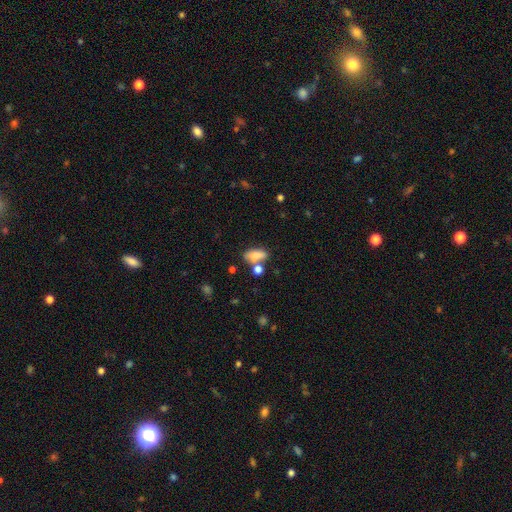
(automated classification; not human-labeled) smooth-or-featured: smooth: 80% | featured or disk: 10% | star or artifact: 9%
  how-rounded: in between: 81% | cigar-shaped: 13% | round: 7%
  merging: none: 50% | merger: 27% | minor disturbance: 16% | major disturbance: 7%